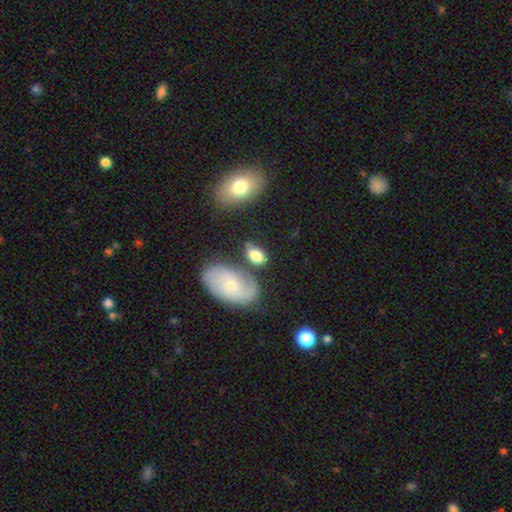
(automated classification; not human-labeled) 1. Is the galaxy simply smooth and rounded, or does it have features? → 69% smooth, 22% featured or disk, 9% star or artifact.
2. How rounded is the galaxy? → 86% in between, 12% round, 3% cigar-shaped.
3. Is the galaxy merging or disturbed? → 52% none, 21% merger, 18% minor disturbance, 8% major disturbance.